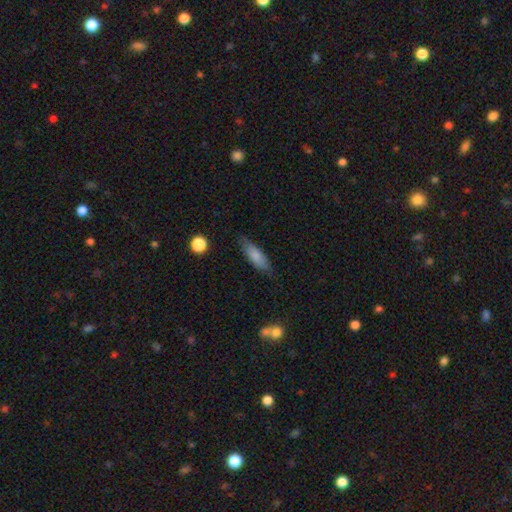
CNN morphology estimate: Smooth or featured? Predicted: smooth (p=0.79). How rounded? Predicted: in between (p=0.53). Merging? Predicted: none (p=0.78).